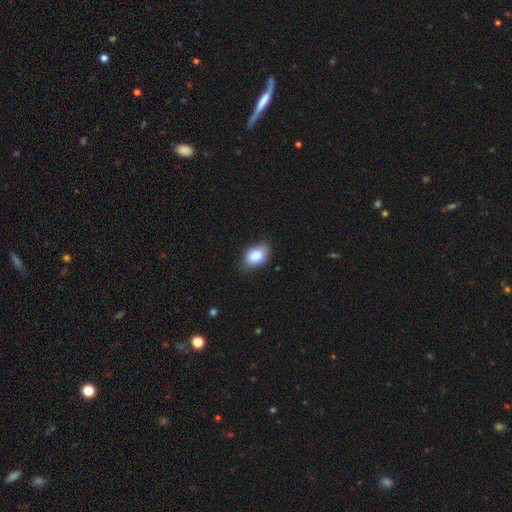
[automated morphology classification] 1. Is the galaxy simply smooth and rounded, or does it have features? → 82% smooth, 10% featured or disk, 8% star or artifact.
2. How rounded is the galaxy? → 81% in between, 18% round, 1% cigar-shaped.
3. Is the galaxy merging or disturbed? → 78% none, 18% minor disturbance, 3% major disturbance, 1% merger.